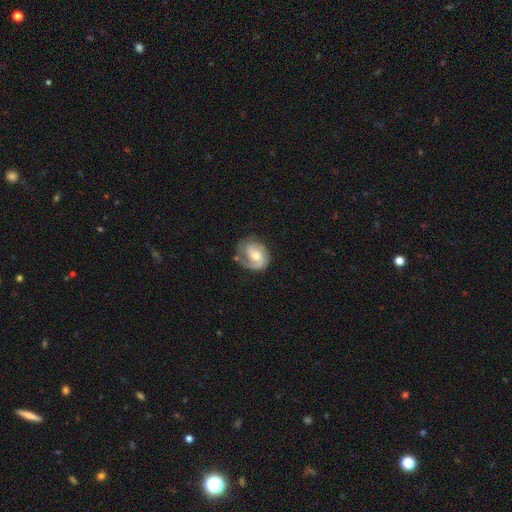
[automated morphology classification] Q: Smooth or featured?
A: featured or disk (73%); runner-up: smooth (21%)
Q: Edge-on disk?
A: no (98%); runner-up: yes (2%)
Q: Bar?
A: no (54%); runner-up: weak (37%)
Q: Spiral arms?
A: yes (92%); runner-up: no (8%)
Q: Spiral winding?
A: medium (43%); runner-up: tight (35%)
Q: Spiral arm count?
A: 2 (56%); runner-up: 1 (29%)
Q: Bulge size?
A: moderate (64%); runner-up: small (28%)
Q: Merging?
A: none (60%); runner-up: minor disturbance (25%)